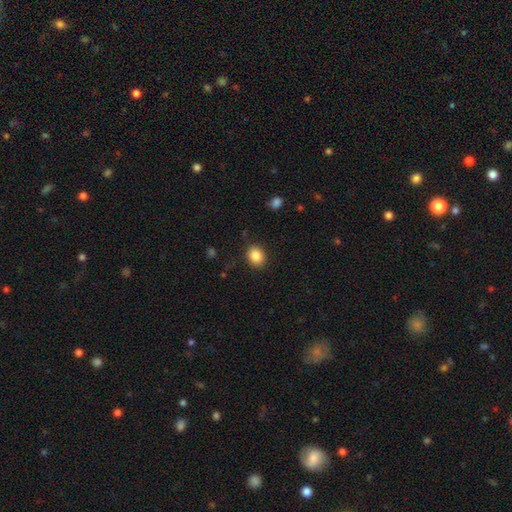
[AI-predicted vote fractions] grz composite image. It shows a smooth galaxy with no disk features (87%) that is in between round and cigar-shaped (51%). Merging: none (87%).